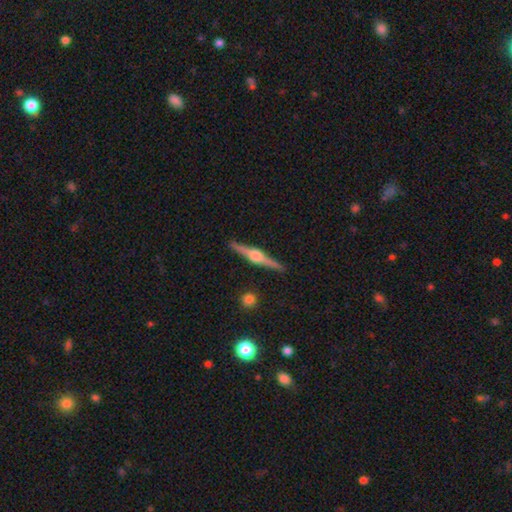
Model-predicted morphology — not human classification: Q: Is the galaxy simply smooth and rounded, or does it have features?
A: featured or disk — 83%.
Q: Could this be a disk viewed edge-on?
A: yes — 98%.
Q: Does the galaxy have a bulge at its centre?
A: rounded — 92%.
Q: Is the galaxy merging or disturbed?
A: none — 91%.